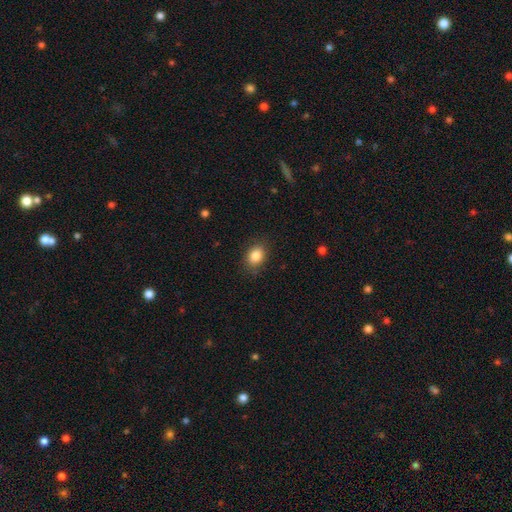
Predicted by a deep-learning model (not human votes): The model was most divided on "how rounded": in between: 65%, round: 34%, cigar-shaped: 1%. More confident: smooth or featured — smooth (85%); merging — none (83%).